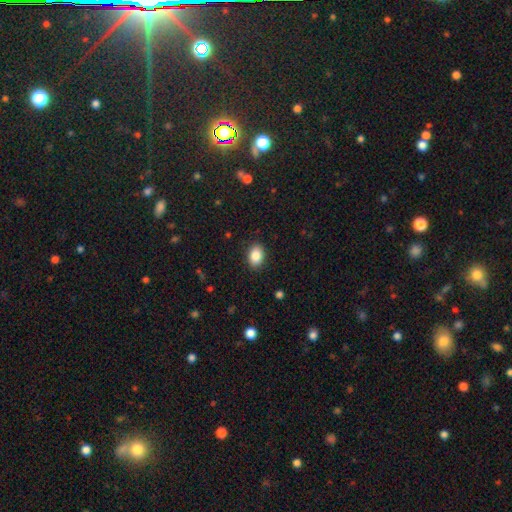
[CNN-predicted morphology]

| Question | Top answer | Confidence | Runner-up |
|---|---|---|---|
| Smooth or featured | smooth | 86% | star or artifact (8%) |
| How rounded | in between | 79% | round (20%) |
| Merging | none | 89% | minor disturbance (8%) |